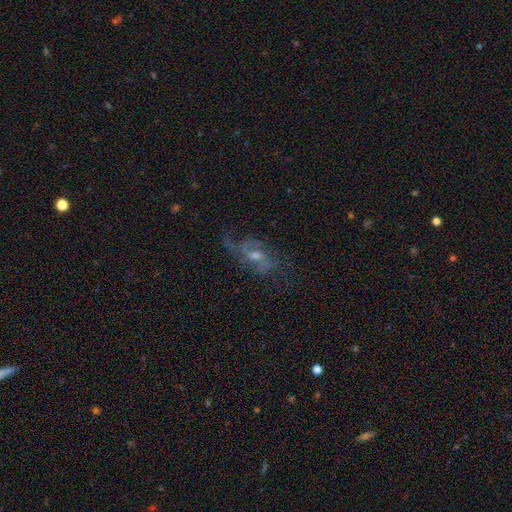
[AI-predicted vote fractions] A featured or disk galaxy (72%) with no bar (50%), 2 (54%) loose (46%) spiral arms (84%) and a moderate central bulge (56%). Merging: none (54%).